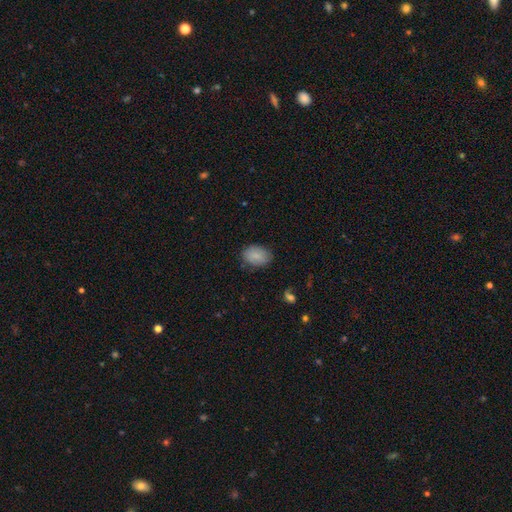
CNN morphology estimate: This is clearly a smooth galaxy (87%). How rounded: clearly in between (84%). Merging: clearly none (83%).